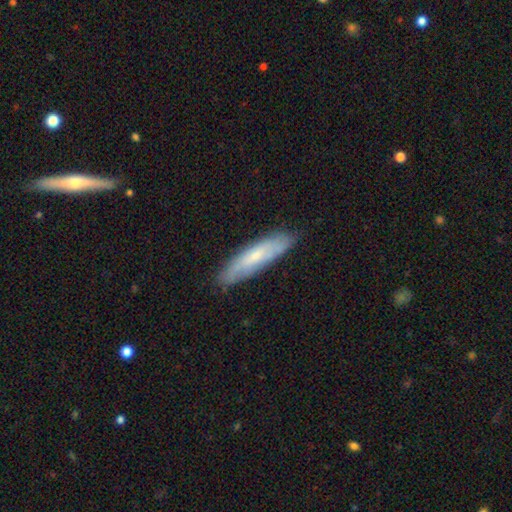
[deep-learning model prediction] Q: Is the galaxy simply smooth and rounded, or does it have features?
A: smooth — 56%.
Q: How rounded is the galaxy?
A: cigar-shaped — 73%.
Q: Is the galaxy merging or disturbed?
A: none — 83%.